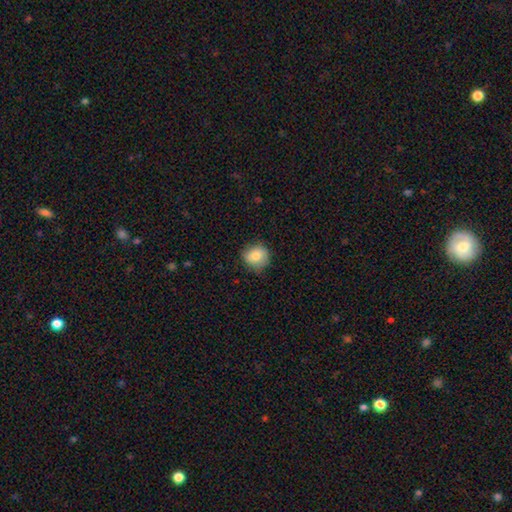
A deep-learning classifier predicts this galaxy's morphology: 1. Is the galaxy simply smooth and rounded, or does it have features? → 80% smooth, 11% featured or disk, 8% star or artifact.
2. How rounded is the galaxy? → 83% round, 16% in between, 1% cigar-shaped.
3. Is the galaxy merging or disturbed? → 77% none, 19% minor disturbance, 4% major disturbance, 1% merger.